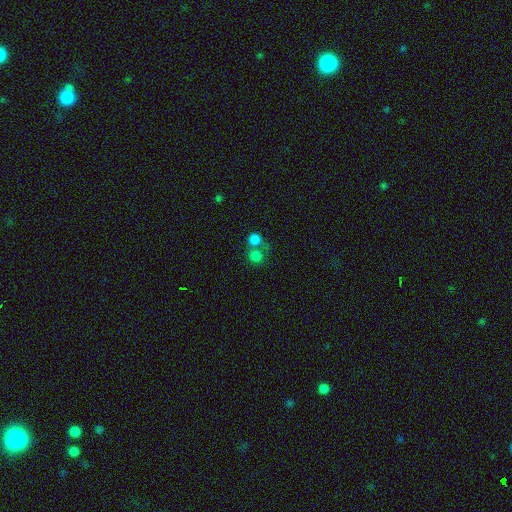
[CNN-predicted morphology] The model was most divided on "merging": none: 46%, merger: 42%, minor disturbance: 7%, major disturbance: 5%. More confident: how rounded — round (86%); smooth or featured — smooth (79%).